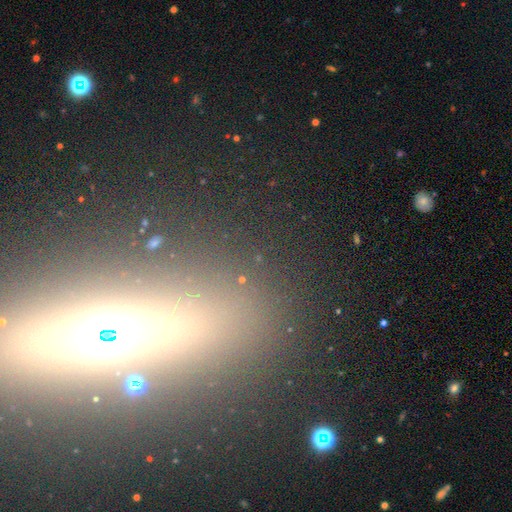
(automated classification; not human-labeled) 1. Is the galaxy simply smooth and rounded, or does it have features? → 43% star or artifact, 34% featured or disk, 23% smooth.